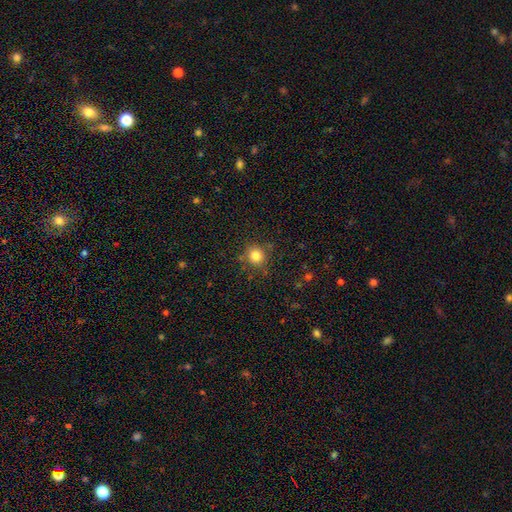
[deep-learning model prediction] Morphology: type=smooth (82%); roundness=round (90%); merging=none (84%).